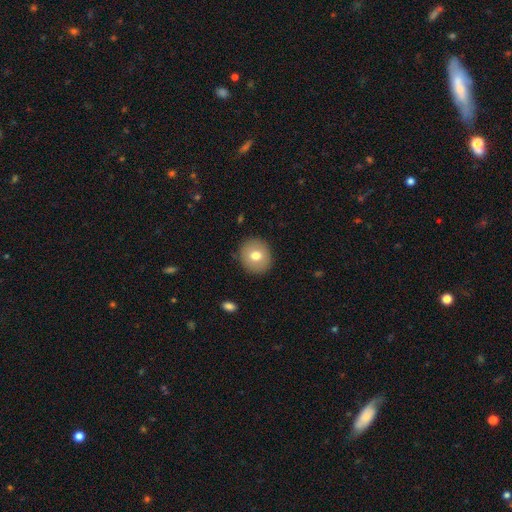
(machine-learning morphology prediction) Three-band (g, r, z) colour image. It shows a smooth galaxy with no disk features (74%) that is round (83%). Merging: none (89%).